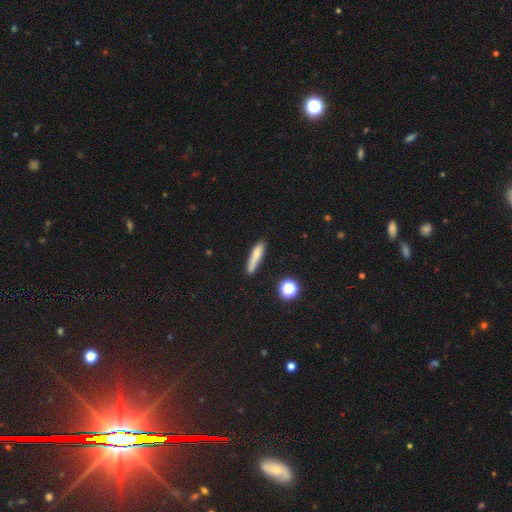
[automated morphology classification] A smooth galaxy with no disk features (76%) that is cigar-shaped (83%). Merging: none (72%).